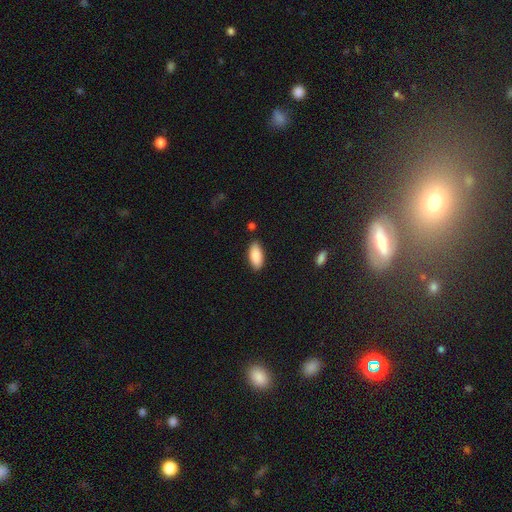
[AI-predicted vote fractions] Smooth or featured: smooth — 89% (star or artifact — 6%)
How rounded: in between — 88% (cigar-shaped — 11%)
Merging: none — 85% (minor disturbance — 11%)